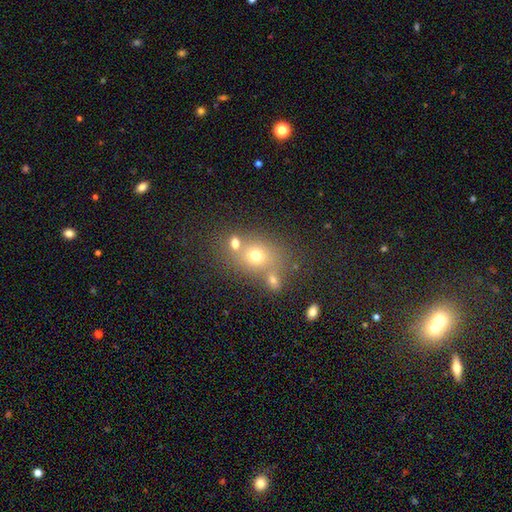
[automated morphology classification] smooth-or-featured: smooth: 64% | star or artifact: 19% | featured or disk: 17%
  how-rounded: round: 56% | in between: 42% | cigar-shaped: 2%
  merging: none: 54% | merger: 29% | minor disturbance: 11% | major disturbance: 5%